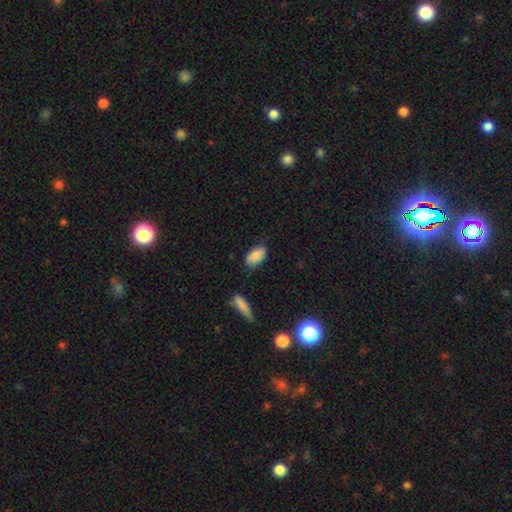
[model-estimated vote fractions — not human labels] Smooth or featured: smooth — 87% (star or artifact — 7%)
How rounded: in between — 93% (cigar-shaped — 4%)
Merging: none — 77% (minor disturbance — 16%)